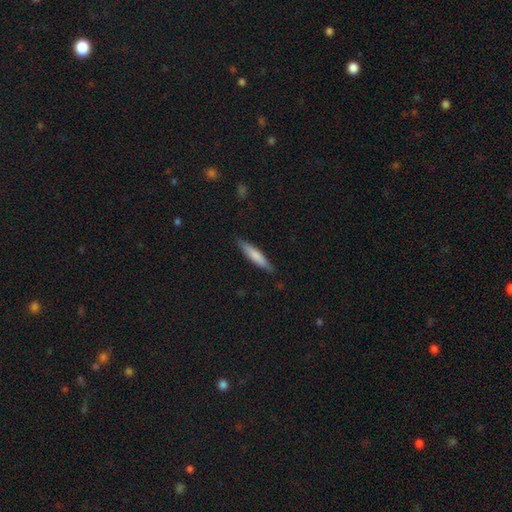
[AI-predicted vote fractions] A smooth galaxy with no disk features (75%) that is cigar-shaped (85%).

Vote fractions:
- Smooth or featured? smooth: 75% / featured or disk: 20% / star or artifact: 5%
- How rounded? cigar-shaped: 85% / in between: 14% / round: 1%
- Merging? none: 84% / minor disturbance: 13% / major disturbance: 2% / merger: 1%